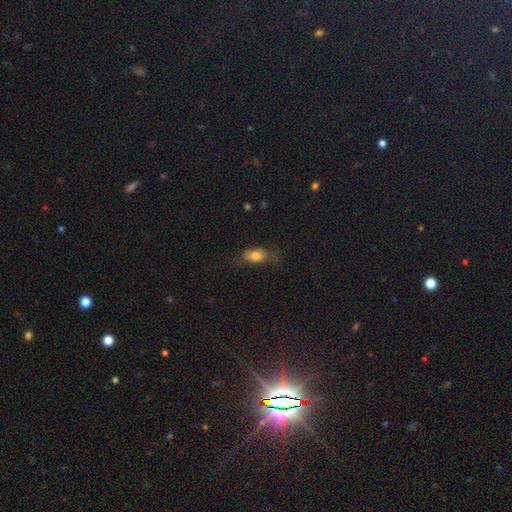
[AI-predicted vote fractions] This is likely a smooth galaxy (76%). How rounded: clearly in between (83%). Merging: possibly none (57%).